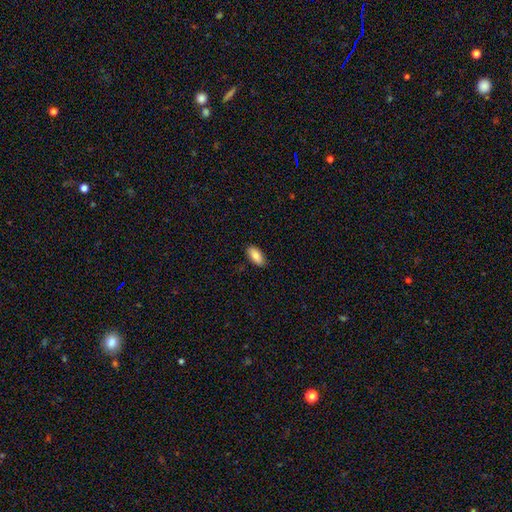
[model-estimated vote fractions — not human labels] Smooth or featured? Predicted: smooth (p=0.85). How rounded? Predicted: in between (p=0.91). Merging? Predicted: none (p=0.88).